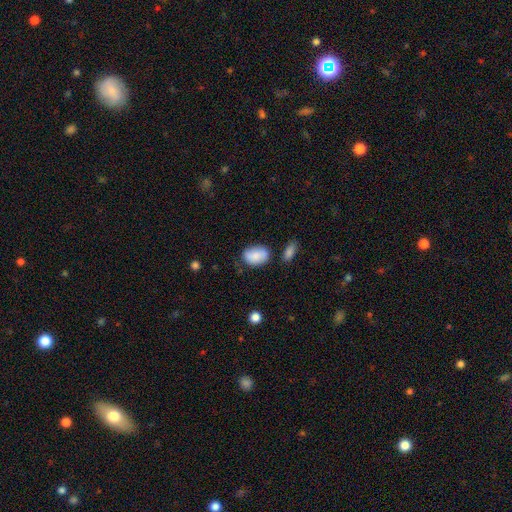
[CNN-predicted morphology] Overall: smooth (85%). How rounded: in between (82%). Merging: none (65%).